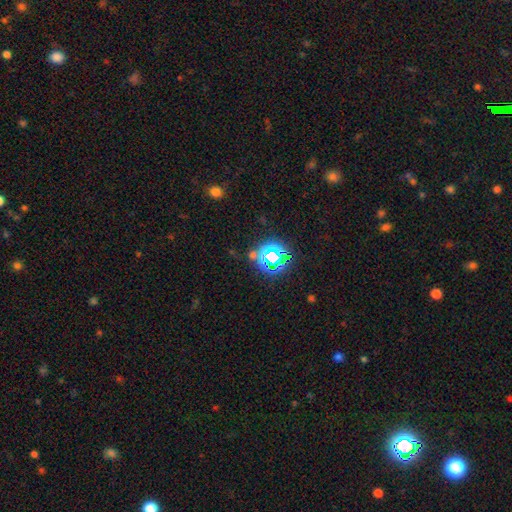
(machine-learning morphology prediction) type=star or artifact (68%).